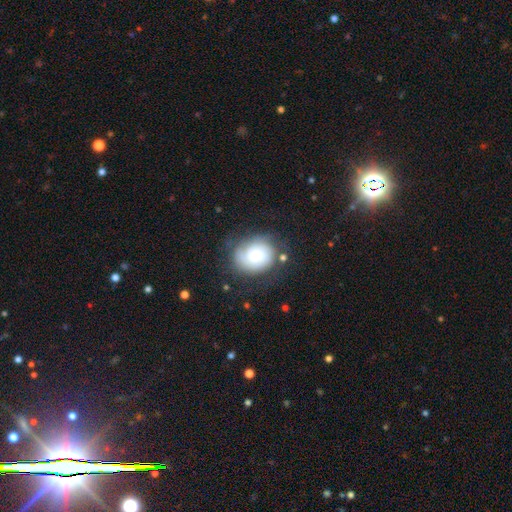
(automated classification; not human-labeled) This is possibly a featured or disk galaxy (54%). It is clearly not viewed edge-on (97%). Bar: likely no (74%). Spiral arm pattern: clearly yes (87%). Central bulge: marginally small (45%). Merging: likely none (65%).